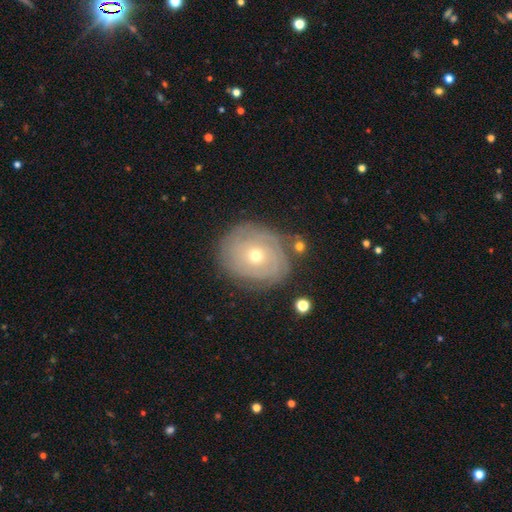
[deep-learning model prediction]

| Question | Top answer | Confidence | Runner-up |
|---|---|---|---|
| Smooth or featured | featured or disk | 63% | smooth (27%) |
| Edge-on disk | no | 96% | yes (4%) |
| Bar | no | 83% | weak (13%) |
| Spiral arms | yes | 71% | no (29%) |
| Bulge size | small | 51% | moderate (46%) |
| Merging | none | 78% | minor disturbance (14%) |